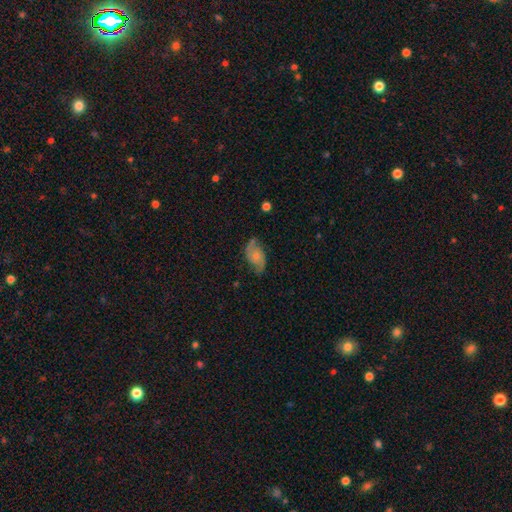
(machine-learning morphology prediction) The model was most divided on "spiral winding": medium: 45%, loose: 36%, tight: 19%. More confident: edge-on disk — no (96%); spiral arms — yes (92%); spiral arm count — 2 (89%); bar — no (73%); smooth or featured — featured or disk (72%); merging — none (71%); bulge size — small (53%).